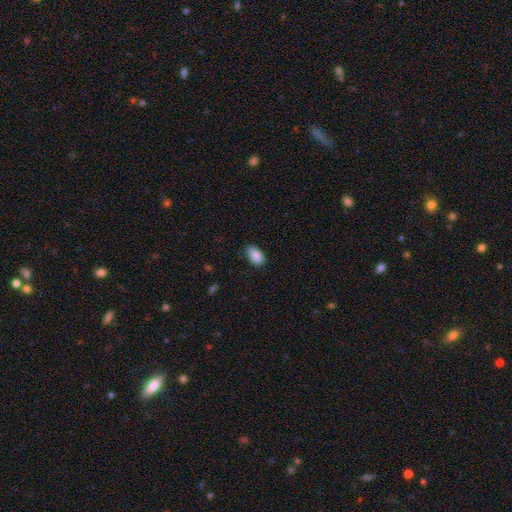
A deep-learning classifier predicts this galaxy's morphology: Q: Smooth or featured?
A: smooth (88%); runner-up: star or artifact (8%)
Q: How rounded?
A: in between (92%); runner-up: round (6%)
Q: Merging?
A: none (76%); runner-up: minor disturbance (20%)